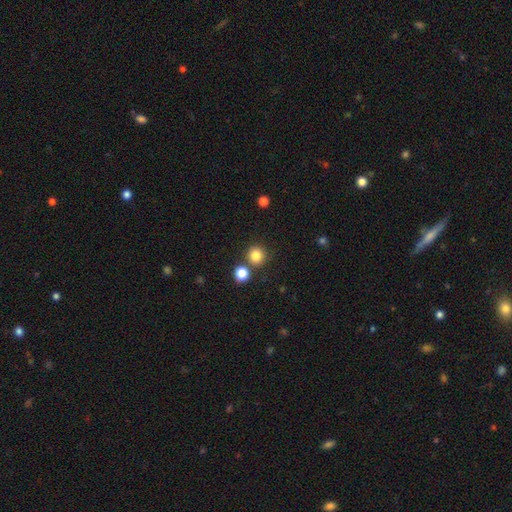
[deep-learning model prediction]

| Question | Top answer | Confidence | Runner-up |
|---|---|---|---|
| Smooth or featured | smooth | 83% | star or artifact (12%) |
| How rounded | round | 93% | in between (6%) |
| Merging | none | 79% | merger (12%) |